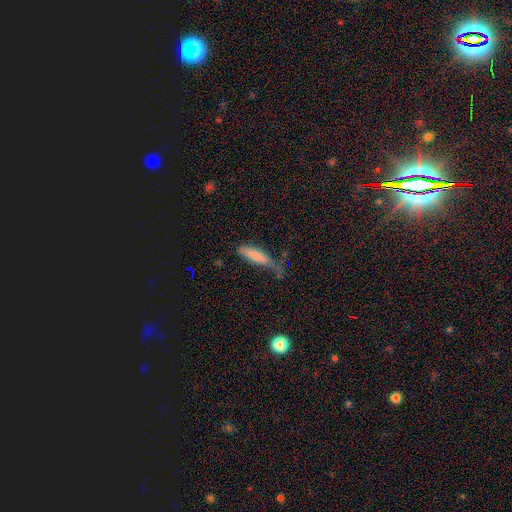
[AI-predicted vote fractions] This is likely a smooth galaxy (78%). How rounded: likely cigar-shaped (70%). Merging: marginally none (38%).